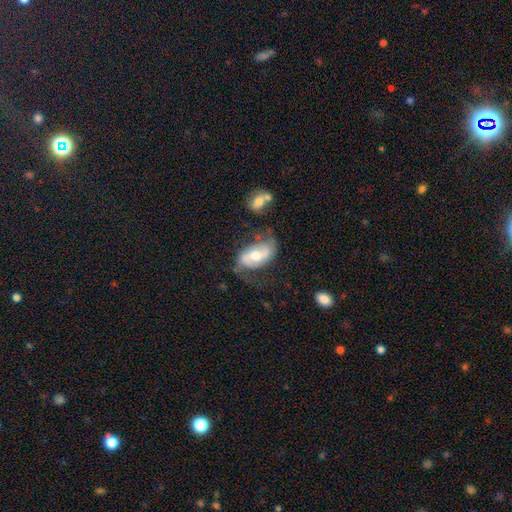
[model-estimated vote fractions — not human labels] smooth-or-featured: featured or disk: 70% | smooth: 24% | star or artifact: 6%
  disk-edge-on: no: 95% | yes: 5%
    bar: weak: 40% | no: 39% | strong: 21%
    has-spiral-arms: yes: 85% | no: 15%
      spiral-winding: loose: 42% | medium: 41% | tight: 17%
      spiral-arm-count: 2: 85% | can't tell: 9% | 1: 4% | 3: 1% | 4: 1% | more than 4: 1%
    bulge-size: moderate: 71% | small: 16% | large: 10% | none: 1% | dominant: 1%
  merging: none: 55% | minor disturbance: 24% | major disturbance: 15% | merger: 6%